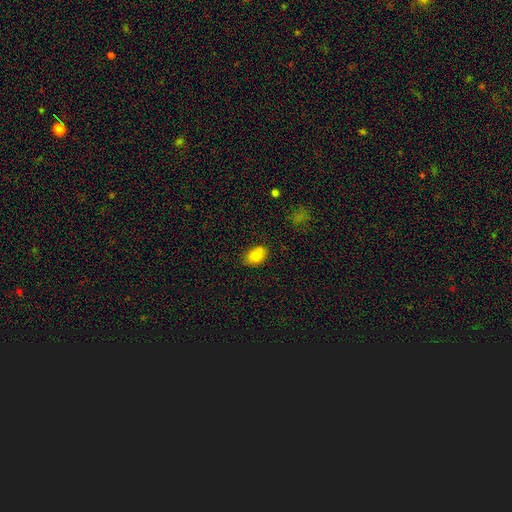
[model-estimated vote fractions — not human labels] The model was most divided on "merging": none: 72%, minor disturbance: 19%, merger: 5%, major disturbance: 3%. More confident: how rounded — in between (81%); smooth or featured — smooth (80%).